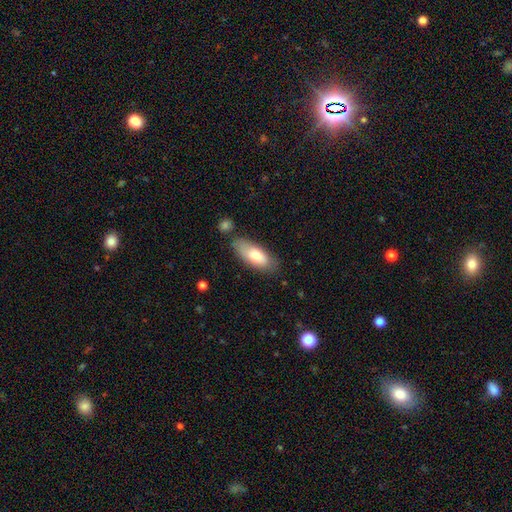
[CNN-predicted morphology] smooth_or_featured: smooth (p=0.75) [alt: featured or disk p=0.19]
how_rounded: in between (p=0.80) [alt: cigar-shaped p=0.18]
merging: none (p=0.73) [alt: minor disturbance p=0.18]